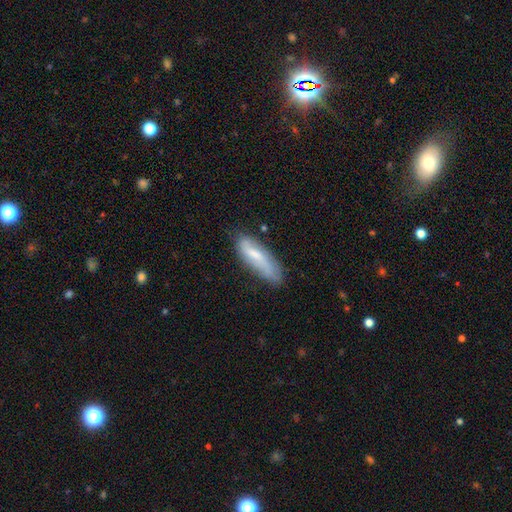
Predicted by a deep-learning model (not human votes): The model was most divided on "how rounded": cigar-shaped: 50%, in between: 48%, round: 2%. More confident: merging — none (59%); smooth or featured — smooth (53%).